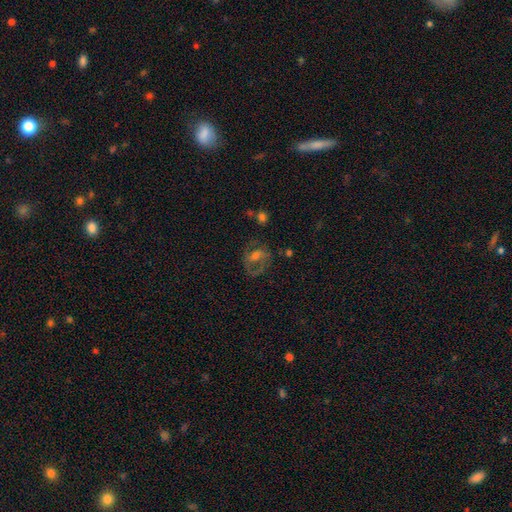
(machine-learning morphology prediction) type=featured or disk (57%); edge-on=no (96%); bar=no (47%); spiral arms=yes (53%); bulge=moderate (47%); merging=none (53%).